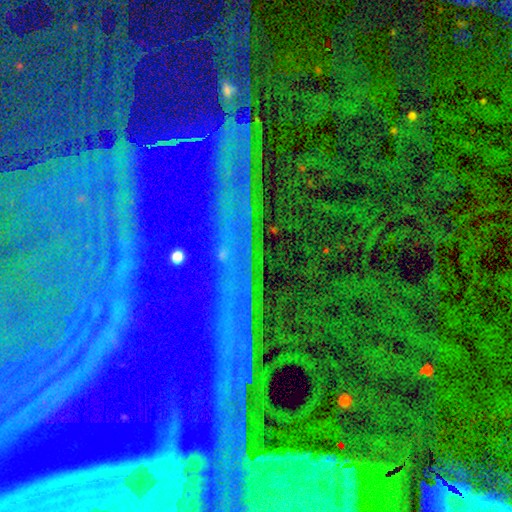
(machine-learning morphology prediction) This is clearly a star or artifact rather than a galaxy (84%).